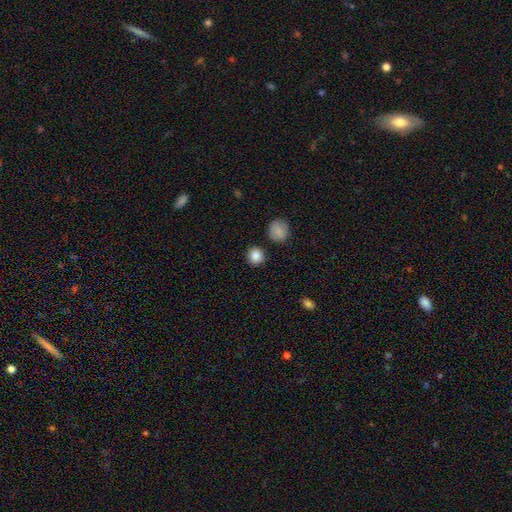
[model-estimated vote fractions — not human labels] Morphology: type=smooth (86%); roundness=round (88%); merging=none (87%).